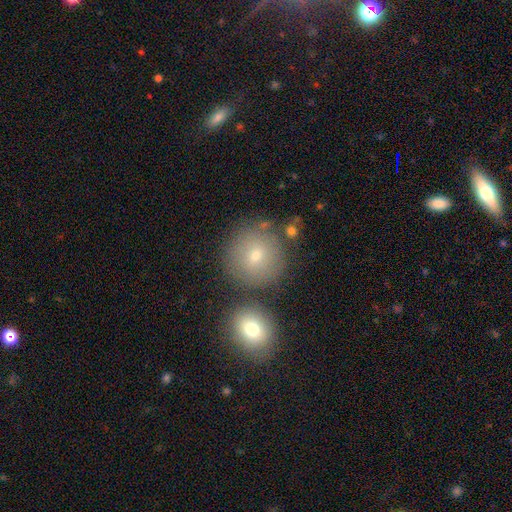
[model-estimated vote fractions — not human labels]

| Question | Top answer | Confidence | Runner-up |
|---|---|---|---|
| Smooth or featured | smooth | 71% | featured or disk (15%) |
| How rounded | round | 92% | in between (7%) |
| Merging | none | 76% | merger (11%) |